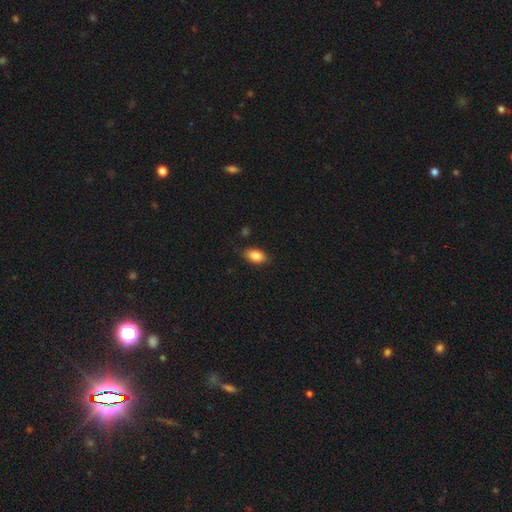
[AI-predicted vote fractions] smooth 85%, star or artifact 8%, featured or disk 7%. Down the decision tree: how rounded — in between (89%); merging — none (83%).